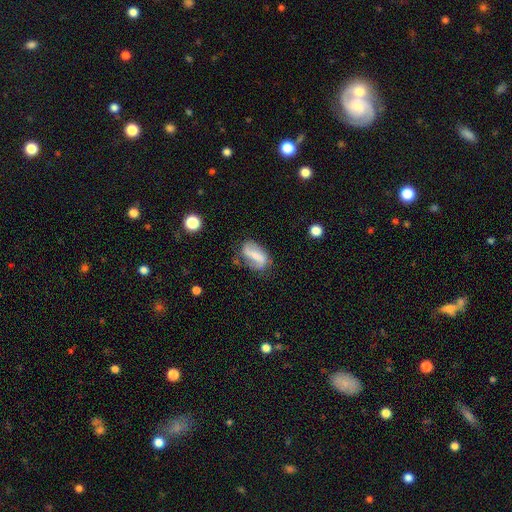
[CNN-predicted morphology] Smooth or featured: featured or disk — 55% (smooth — 38%)
Edge-on disk: no — 92% (yes — 8%)
Bar: strong — 46% (weak — 33%)
Spiral arms: yes — 75% (no — 25%)
Bulge size: small — 49% (moderate — 34%)
Merging: none — 59% (minor disturbance — 26%)